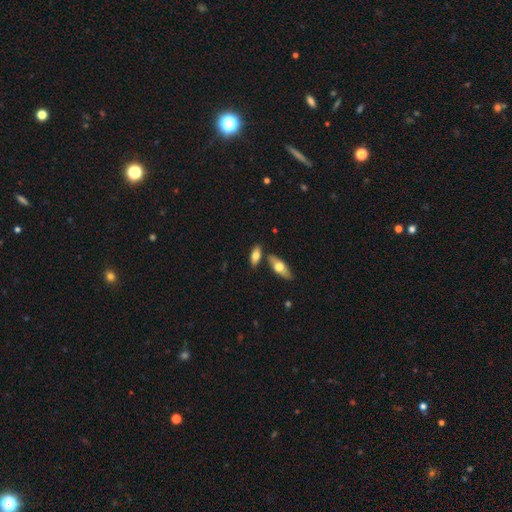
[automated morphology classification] Overall: smooth (67%). How rounded: in between (76%). Merging: none (69%).